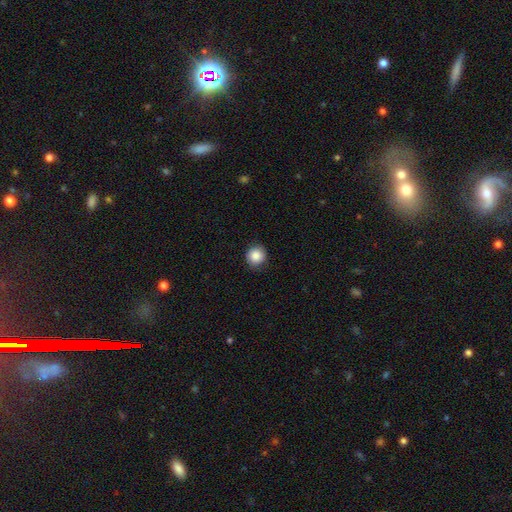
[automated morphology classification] This appears to be a smooth galaxy with no disk features (87%) that is round (92%). Merging: none (87%).